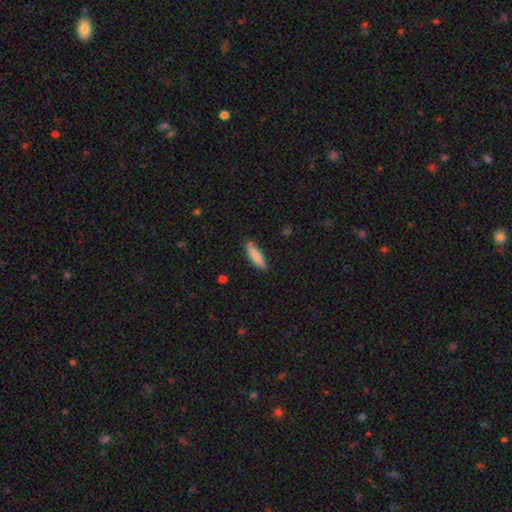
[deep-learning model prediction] Overall: smooth (83%). How rounded: cigar-shaped (69%). Merging: none (79%).